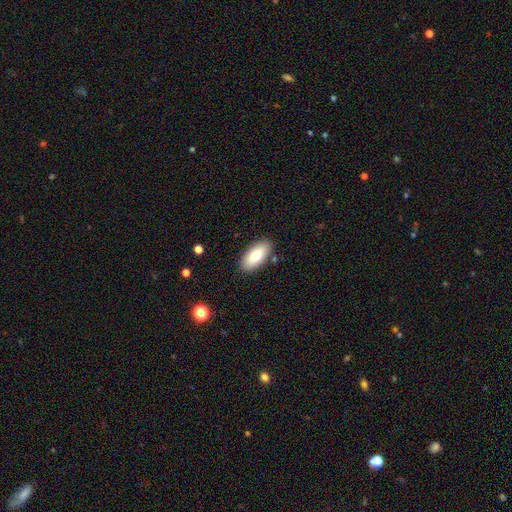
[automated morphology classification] The model was most divided on "smooth or featured": smooth: 77%, featured or disk: 16%, star or artifact: 7%. More confident: how rounded — in between (90%); merging — none (86%).